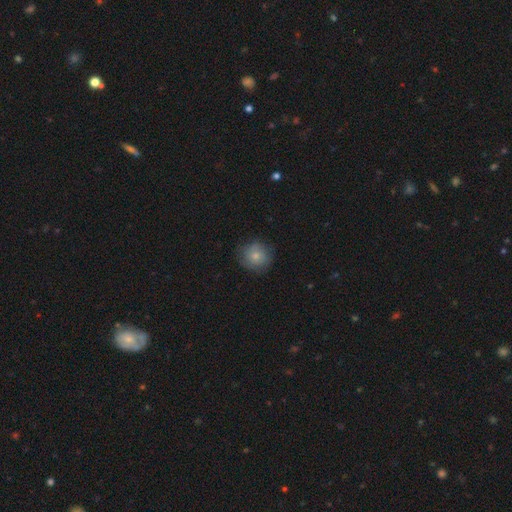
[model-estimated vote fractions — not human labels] smooth_or_featured: smooth (p=0.77) [alt: featured or disk p=0.15]
how_rounded: round (p=0.90) [alt: in between p=0.09]
merging: none (p=0.78) [alt: minor disturbance p=0.16]